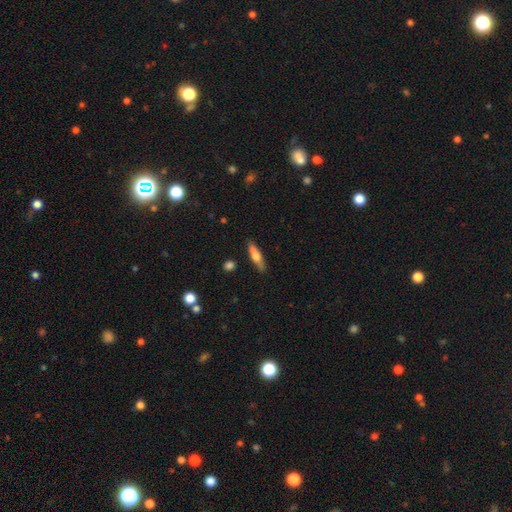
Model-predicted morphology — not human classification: Smooth or featured? smooth (50%)
Merging? none (78%)